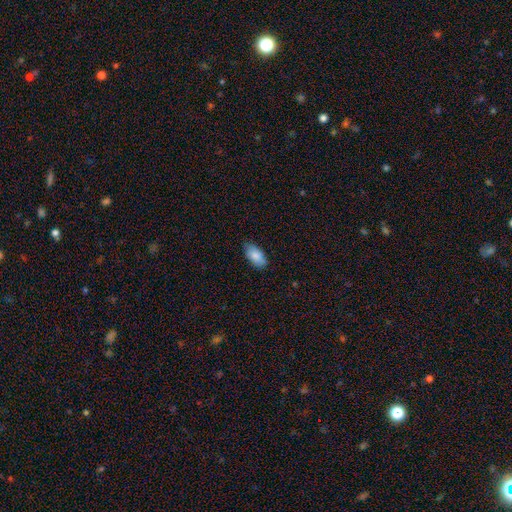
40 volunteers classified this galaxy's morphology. Smooth or featured? 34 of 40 (85%) said smooth. How rounded? 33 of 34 (97%) said in between. Merging? 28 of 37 (76%) said none.